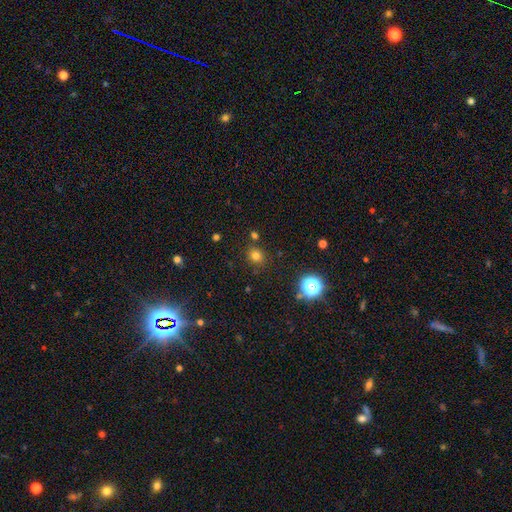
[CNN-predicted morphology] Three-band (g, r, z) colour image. It shows a smooth galaxy with no disk features (75%) that is round (81%). Merging: none (83%).